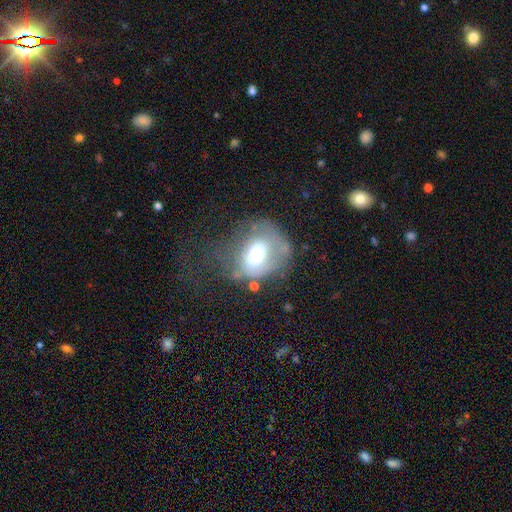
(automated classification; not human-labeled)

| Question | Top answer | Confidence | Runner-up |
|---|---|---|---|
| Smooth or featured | smooth | 57% | featured or disk (33%) |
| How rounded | round | 51% | in between (48%) |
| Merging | major disturbance | 36% | none (33%) |